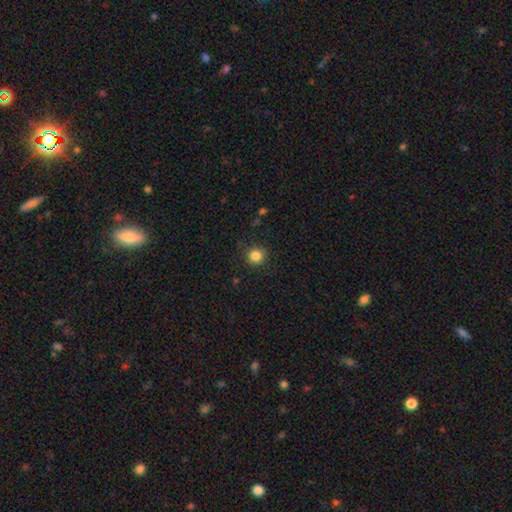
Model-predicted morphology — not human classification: Smooth or featured? Predicted: smooth (p=0.84). How rounded? Predicted: round (p=0.94). Merging? Predicted: none (p=0.89).